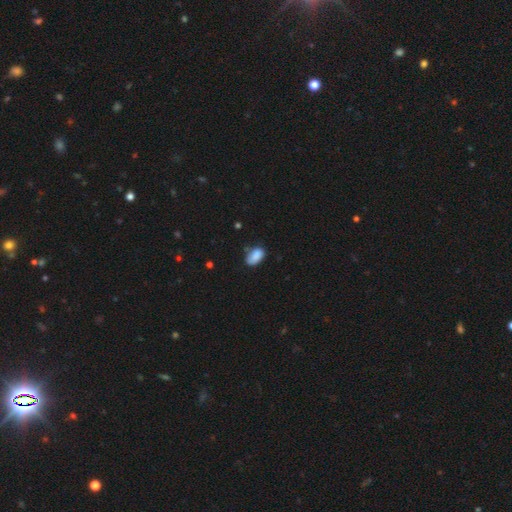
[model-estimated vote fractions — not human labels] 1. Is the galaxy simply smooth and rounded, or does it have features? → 84% smooth, 8% star or artifact, 8% featured or disk.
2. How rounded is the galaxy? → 90% in between, 8% round, 2% cigar-shaped.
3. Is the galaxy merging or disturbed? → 61% none, 29% minor disturbance, 6% major disturbance, 5% merger.